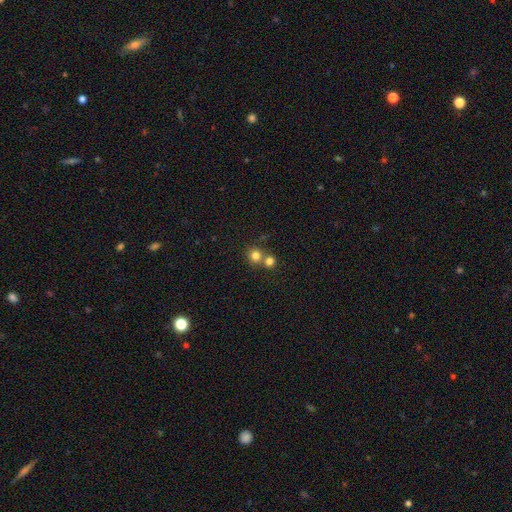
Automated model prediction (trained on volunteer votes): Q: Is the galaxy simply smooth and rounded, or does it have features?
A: smooth — 79%.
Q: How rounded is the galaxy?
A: round — 90%.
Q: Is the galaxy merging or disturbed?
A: none — 54%.